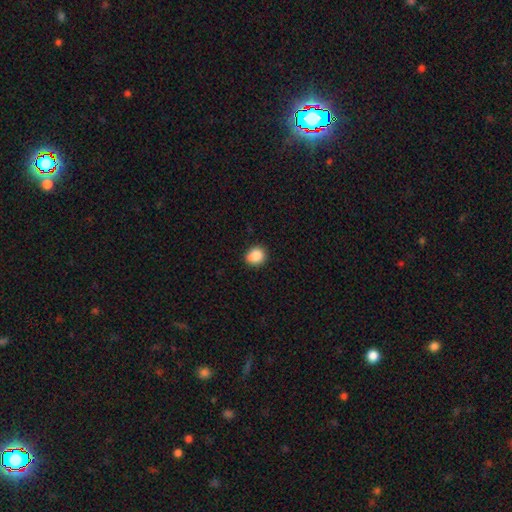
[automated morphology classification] Smooth or featured? Predicted: smooth (p=0.87). How rounded? Predicted: round (p=0.74). Merging? Predicted: none (p=0.79).